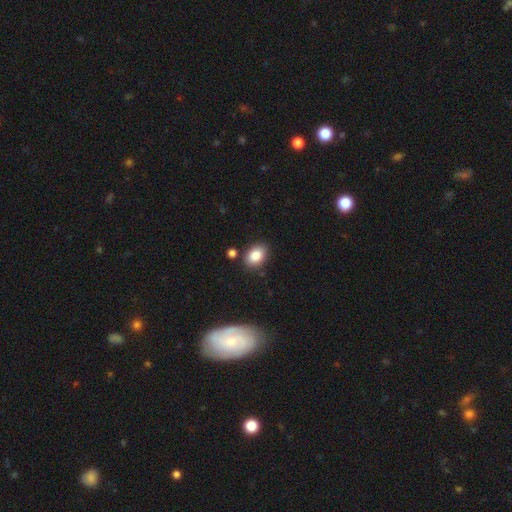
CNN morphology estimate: A smooth galaxy with no disk features (84%) that is in between round and cigar-shaped (73%). Merging: none (82%).